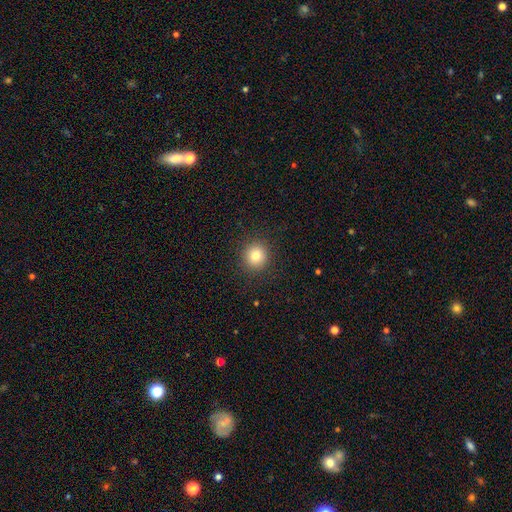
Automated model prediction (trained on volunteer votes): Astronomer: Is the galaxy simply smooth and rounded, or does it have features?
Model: smooth — 81%.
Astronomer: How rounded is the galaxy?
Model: round — 92%.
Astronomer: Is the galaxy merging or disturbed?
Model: none — 91%.